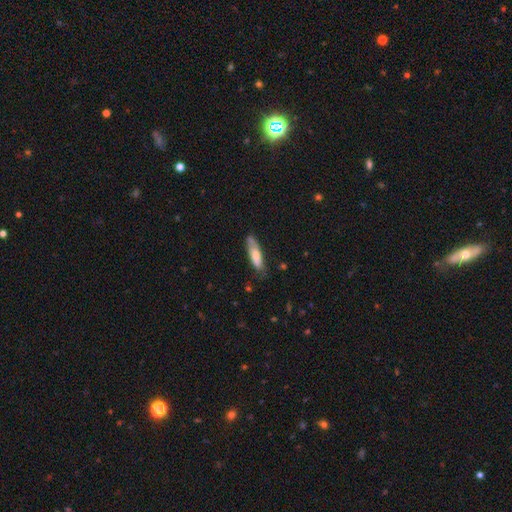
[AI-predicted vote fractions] Overall: smooth (67%; featured or disk 27%). How rounded: cigar-shaped (63%; in between 36%). Merging: none (67%).